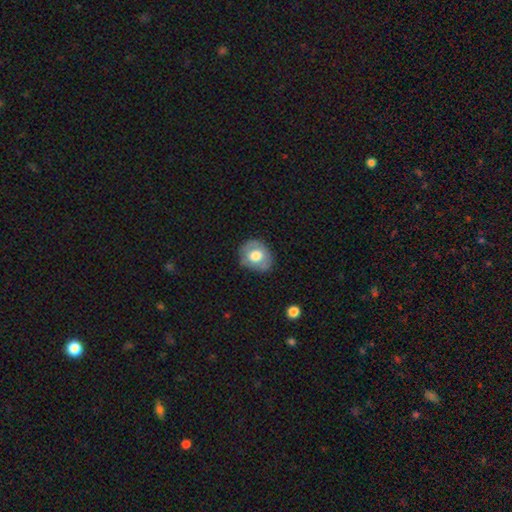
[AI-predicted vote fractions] smooth 61%, featured or disk 32%, star or artifact 7%. Down the decision tree: how rounded — round (60%); merging — none (75%).